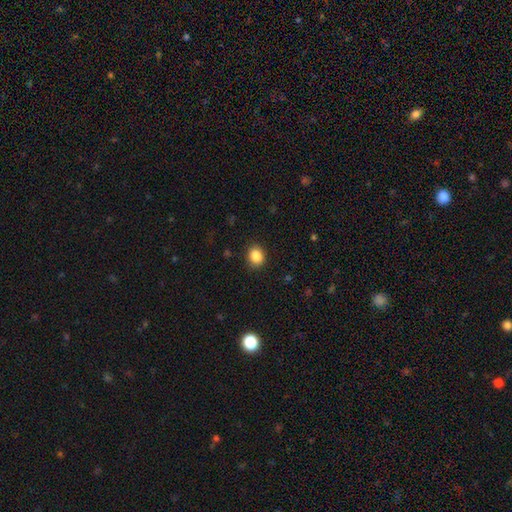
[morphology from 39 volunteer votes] Smooth or featured? smooth (87%)
How rounded? round (65%)
Merging? none (81%)